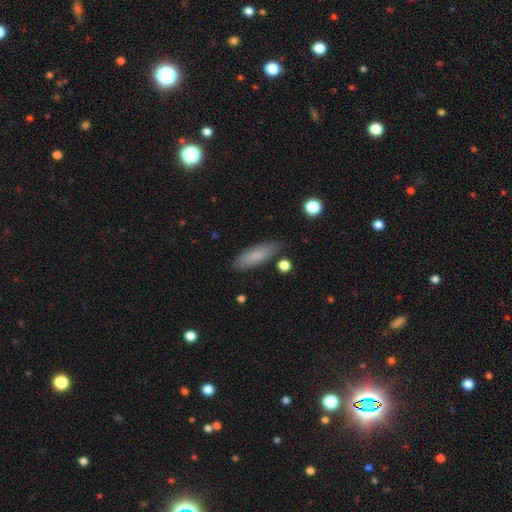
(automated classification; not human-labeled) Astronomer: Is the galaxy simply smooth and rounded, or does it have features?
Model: smooth — 83%.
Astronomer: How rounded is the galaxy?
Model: cigar-shaped — 51% (runner-up: in between, 47%).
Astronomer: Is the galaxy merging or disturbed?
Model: none — 84%.